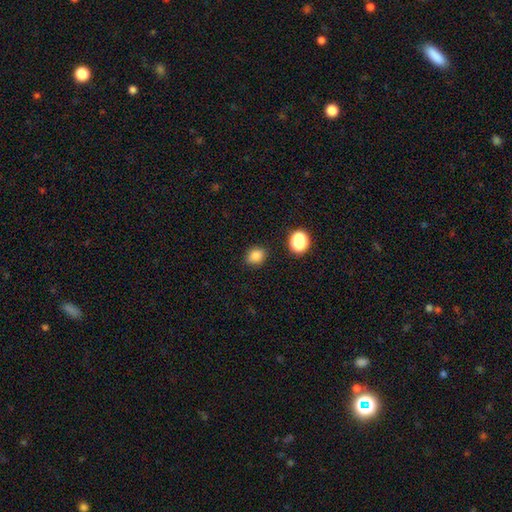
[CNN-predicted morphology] A smooth galaxy with no disk features (84%) that is round (54%). Merging: none (85%).